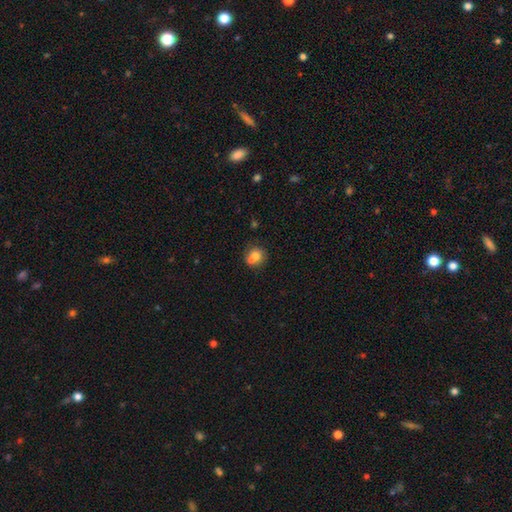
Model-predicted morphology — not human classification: Smooth or featured: smooth — 75% (featured or disk — 15%)
How rounded: round — 80% (in between — 19%)
Merging: none — 45% (merger — 41%)